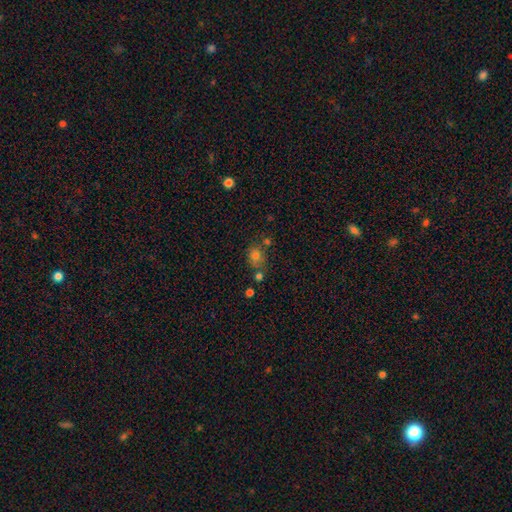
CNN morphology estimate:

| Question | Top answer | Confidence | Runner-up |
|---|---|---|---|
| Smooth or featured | smooth | 73% | star or artifact (17%) |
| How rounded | round | 70% | in between (29%) |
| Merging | none | 60% | merger (18%) |